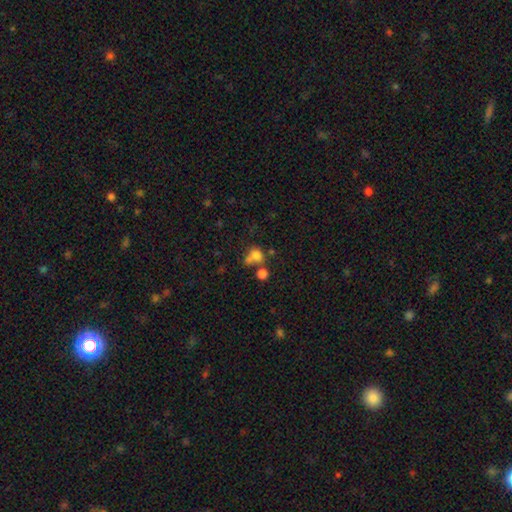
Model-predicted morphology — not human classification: A smooth galaxy with no disk features (73%) that is round (61%).

Vote fractions:
- Smooth or featured? smooth: 73% / star or artifact: 15% / featured or disk: 12%
- How rounded? round: 61% / in between: 37% / cigar-shaped: 1%
- Merging? merger: 42% / none: 35% / minor disturbance: 12% / major disturbance: 10%